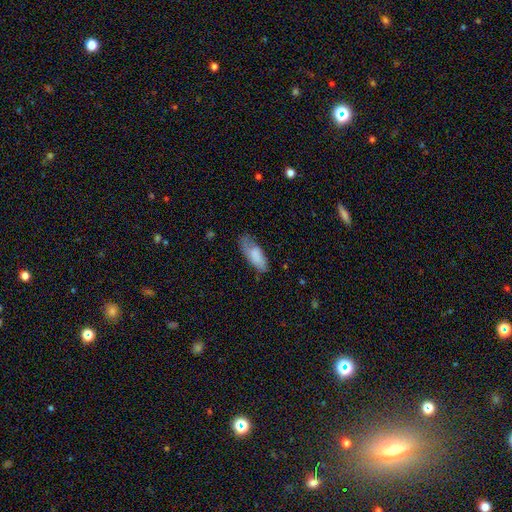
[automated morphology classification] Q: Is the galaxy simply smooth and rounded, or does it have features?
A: smooth — 79%.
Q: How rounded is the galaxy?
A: in between — 78%.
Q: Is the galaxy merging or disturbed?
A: none — 53%.